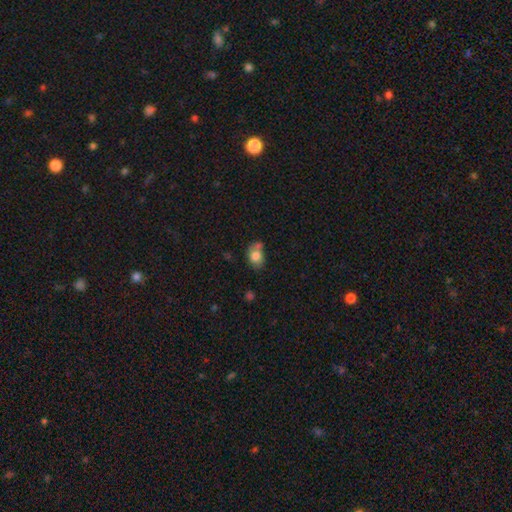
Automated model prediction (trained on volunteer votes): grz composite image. It shows a smooth galaxy with no disk features (79%) that is in between round and cigar-shaped (66%). Merging: none (44%).